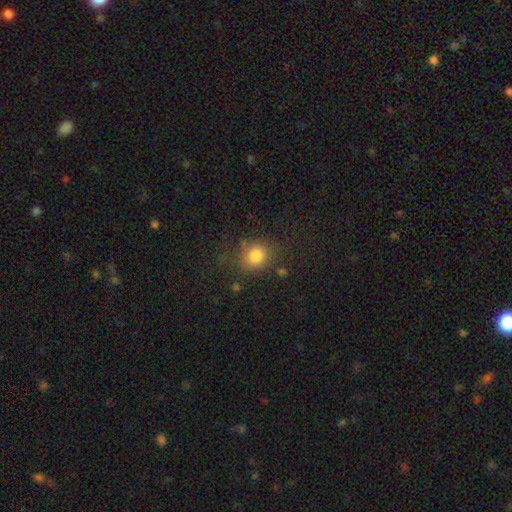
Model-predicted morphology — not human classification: This is clearly a smooth galaxy (81%). How rounded: likely round (69%). Merging: likely none (67%).